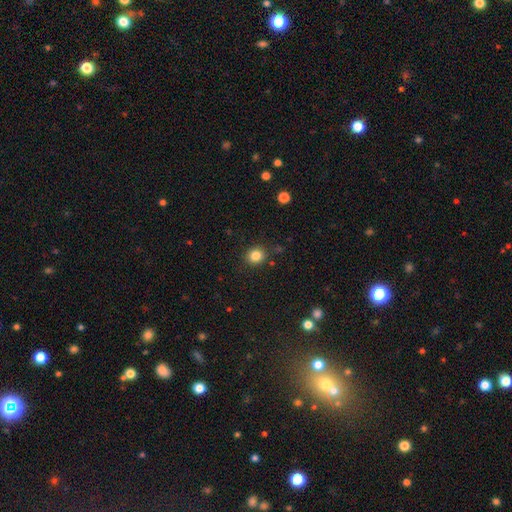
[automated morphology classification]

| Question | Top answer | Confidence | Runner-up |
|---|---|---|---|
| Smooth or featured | smooth | 83% | star or artifact (12%) |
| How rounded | round | 85% | in between (14%) |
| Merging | none | 87% | minor disturbance (8%) |